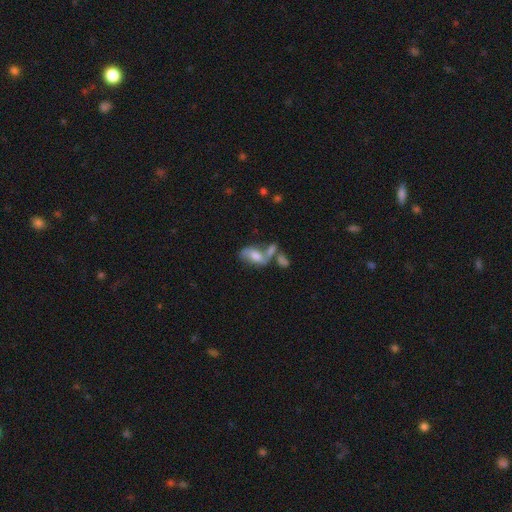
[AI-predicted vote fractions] Smooth or featured? featured or disk (49%)
Merging? merger (40%)